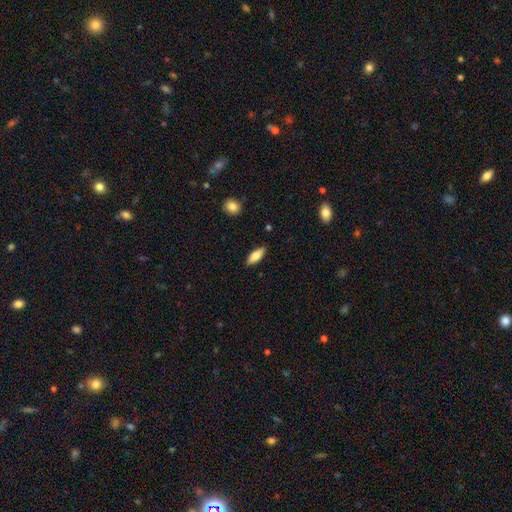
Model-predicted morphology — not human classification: Smooth or featured?
  - smooth: 79% *
  - featured or disk: 15%
  - star or artifact: 6%
How rounded?
  - in between: 67% *
  - cigar-shaped: 31%
  - round: 2%
Merging?
  - none: 88% *
  - minor disturbance: 9%
  - major disturbance: 2%
  - merger: 1%